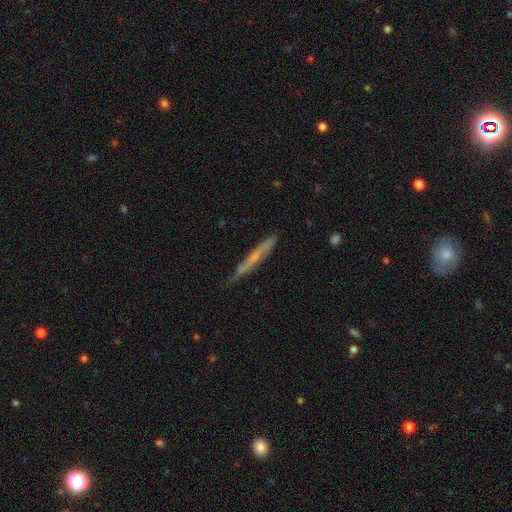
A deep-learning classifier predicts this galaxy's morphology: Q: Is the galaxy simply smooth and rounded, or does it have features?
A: featured or disk — 51%.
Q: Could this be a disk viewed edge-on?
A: yes — 85%.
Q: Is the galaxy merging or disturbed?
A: none — 64%.